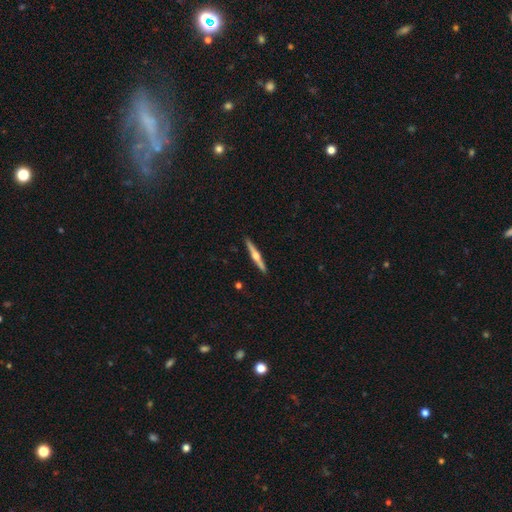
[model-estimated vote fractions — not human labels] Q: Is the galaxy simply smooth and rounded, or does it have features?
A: featured or disk — 74%.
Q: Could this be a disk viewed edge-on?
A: yes — 98%.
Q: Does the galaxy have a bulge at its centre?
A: rounded — 93%.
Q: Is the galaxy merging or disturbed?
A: none — 92%.